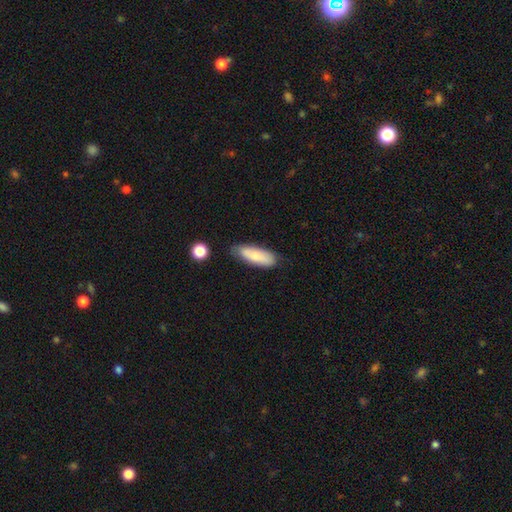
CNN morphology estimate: This is likely a smooth galaxy (78%). How rounded: possibly in between (60%). Merging: likely none (72%).